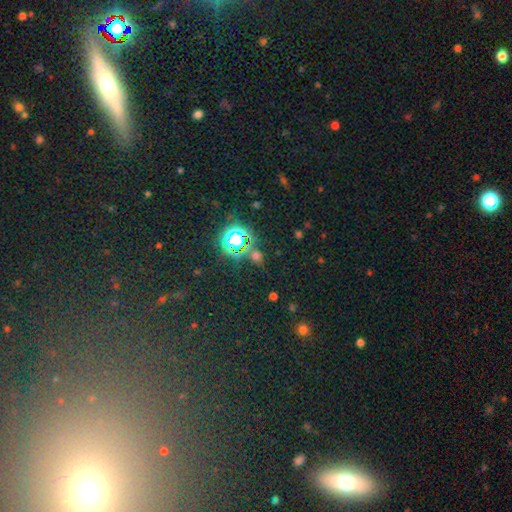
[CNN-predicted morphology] A star or artifact, not a galaxy (72%).